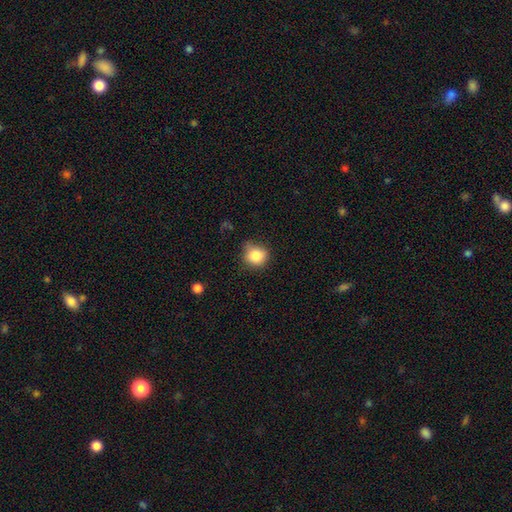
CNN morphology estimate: smooth_or_featured: smooth (p=0.84) [alt: star or artifact p=0.10]
how_rounded: round (p=0.84) [alt: in between p=0.15]
merging: none (p=0.68) [alt: minor disturbance p=0.24]